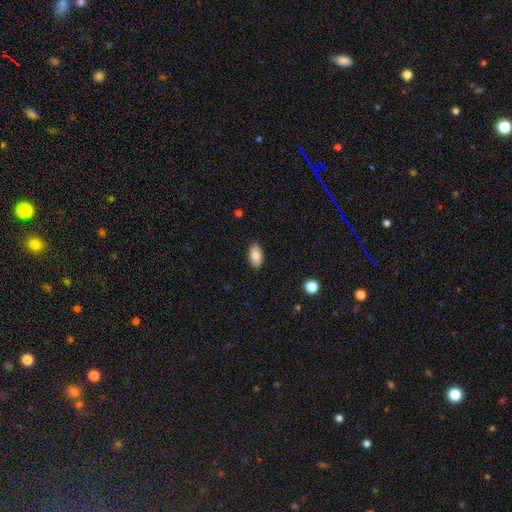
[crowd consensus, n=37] Smooth or featured?
  - smooth: 92% *
  - star or artifact: 5%
  - featured or disk: 3%
How rounded?
  - in between: 94% *
  - cigar-shaped: 6%
  - round: 0%
Merging?
  - none: 91% *
  - minor disturbance: 9%
  - major disturbance: 0%
  - merger: 0%